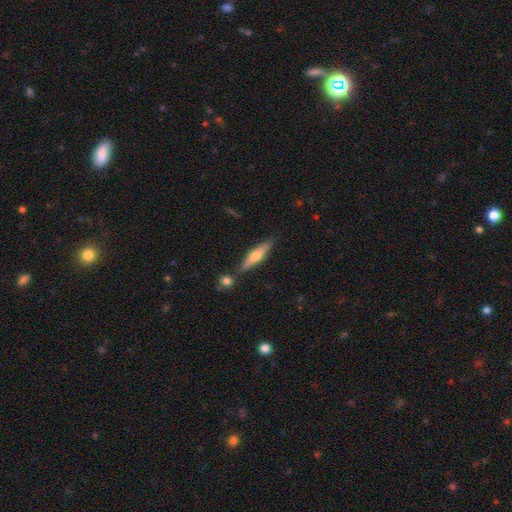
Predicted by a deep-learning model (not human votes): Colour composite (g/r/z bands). It shows a featured or disk galaxy (50%) viewed edge-on (92%). Merging: none (77%).